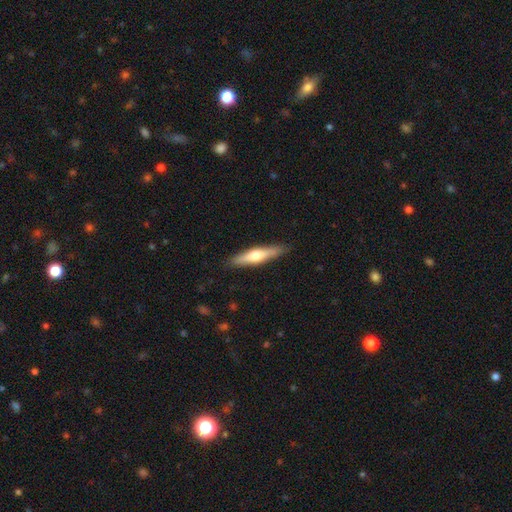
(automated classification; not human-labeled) Q: Smooth or featured?
A: smooth (51%); runner-up: featured or disk (44%)
Q: How rounded?
A: cigar-shaped (84%); runner-up: in between (15%)
Q: Merging?
A: none (87%); runner-up: minor disturbance (10%)